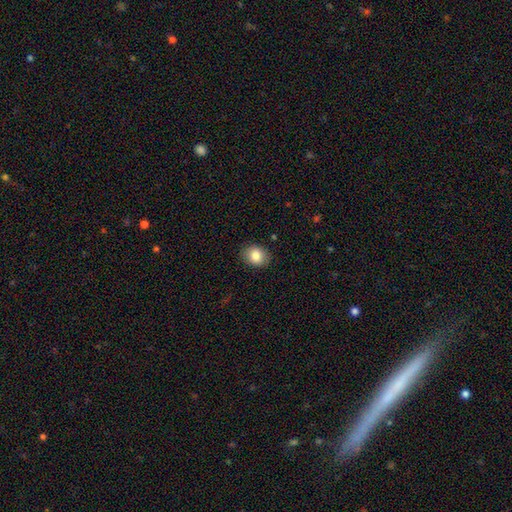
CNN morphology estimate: Smooth or featured: smooth — 84% (star or artifact — 9%)
How rounded: in between — 53% (round — 46%)
Merging: none — 88% (minor disturbance — 9%)